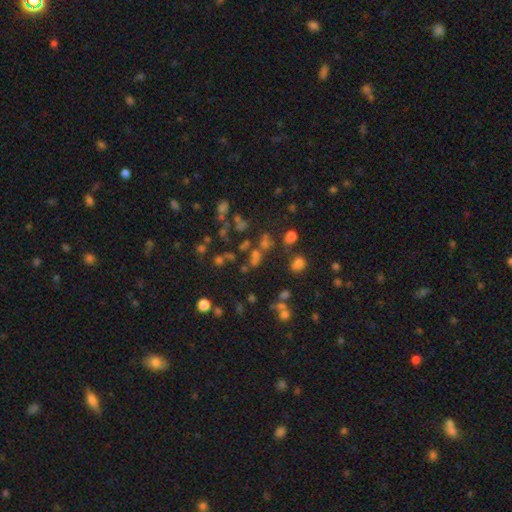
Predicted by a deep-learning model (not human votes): This appears to be a smooth galaxy with no disk features (44%). Merging: none (57%).